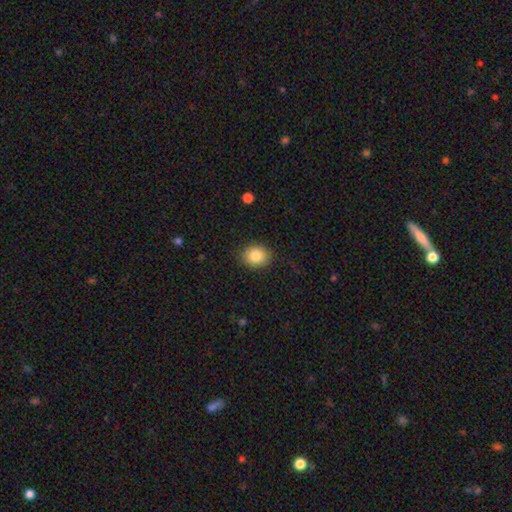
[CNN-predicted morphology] Smooth or featured? Predicted: smooth (p=0.85). How rounded? Predicted: round (p=0.62). Merging? Predicted: none (p=0.87).